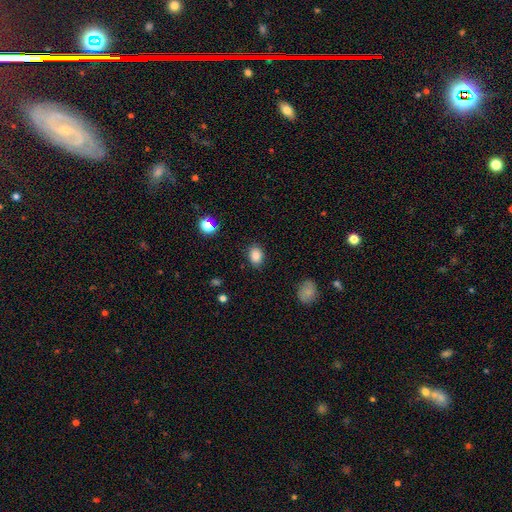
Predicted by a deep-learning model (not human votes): smooth 86%, star or artifact 10%, featured or disk 4%. Down the decision tree: how rounded — in between (67%); merging — none (84%).